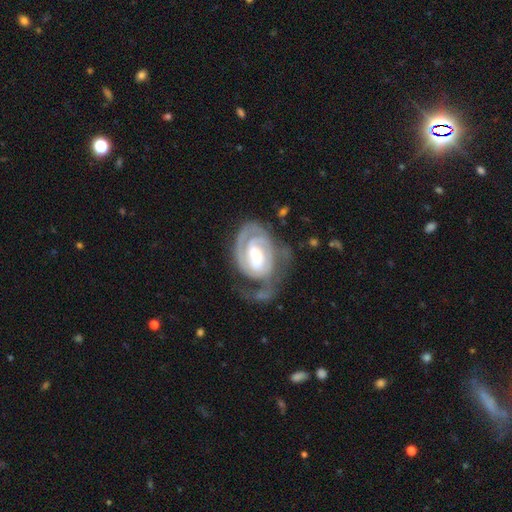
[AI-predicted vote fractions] Smooth or featured? Predicted: featured or disk (p=0.89). Edge-on disk? Predicted: no (p=0.97). Bar? Predicted: weak (p=0.51). Spiral arms? Predicted: yes (p=0.96). Spiral winding? Predicted: tight (p=0.68). Spiral arm count? Predicted: 2 (p=0.50). Bulge size? Predicted: moderate (p=0.53). Merging? Predicted: none (p=0.45).